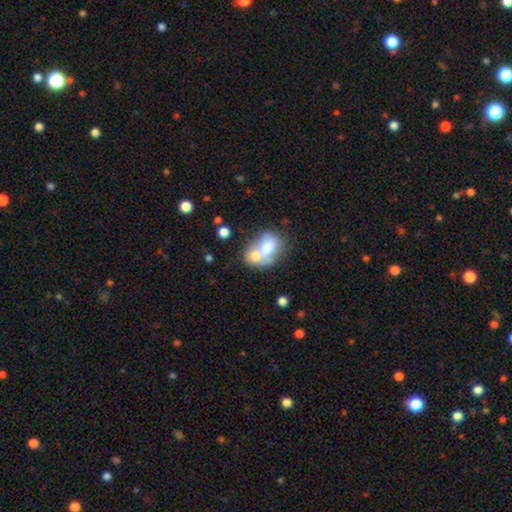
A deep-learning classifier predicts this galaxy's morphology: smooth_or_featured: smooth (p=0.70) [alt: featured or disk p=0.22]
how_rounded: in between (p=0.59) [alt: round p=0.39]
merging: merger (p=0.71) [alt: none p=0.16]